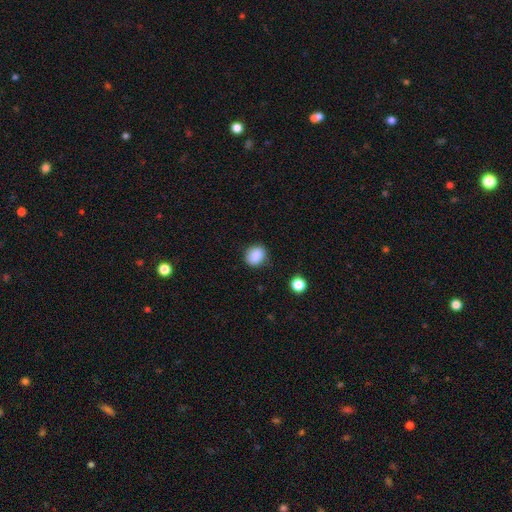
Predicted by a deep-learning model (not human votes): This is clearly a smooth galaxy (87%). How rounded: possibly round (57%). Merging: clearly none (82%).